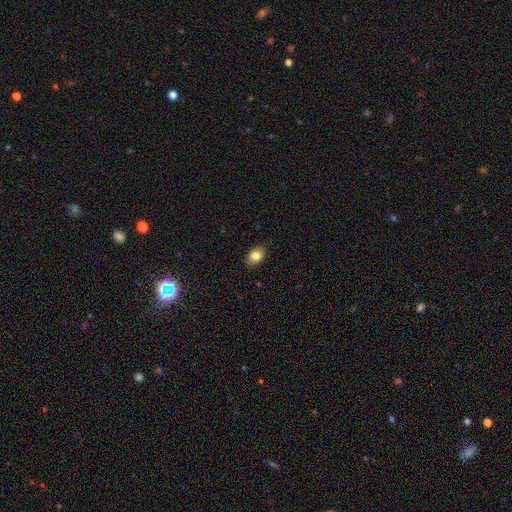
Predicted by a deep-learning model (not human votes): smooth_or_featured: smooth (p=0.82) [alt: featured or disk p=0.09]
how_rounded: in between (p=0.74) [alt: round p=0.25]
merging: none (p=0.77) [alt: minor disturbance p=0.18]